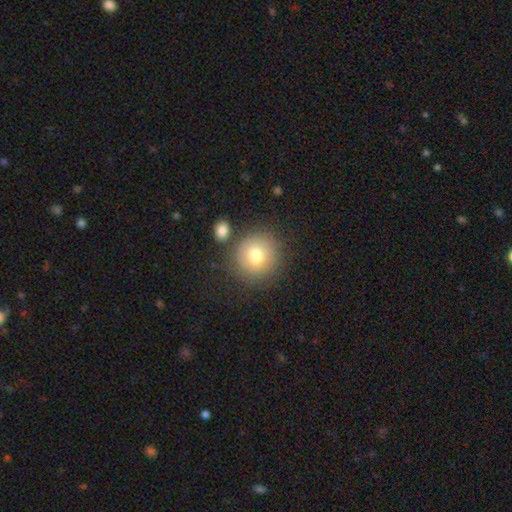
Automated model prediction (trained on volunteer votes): This is likely a smooth galaxy (75%). How rounded: clearly round (91%). Merging: likely none (77%).